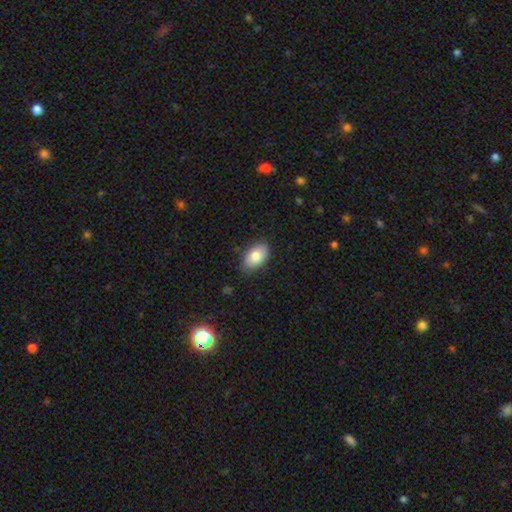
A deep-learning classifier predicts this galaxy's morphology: This appears to be a smooth galaxy with no disk features (83%) that is in between round and cigar-shaped (90%). Merging: none (80%).